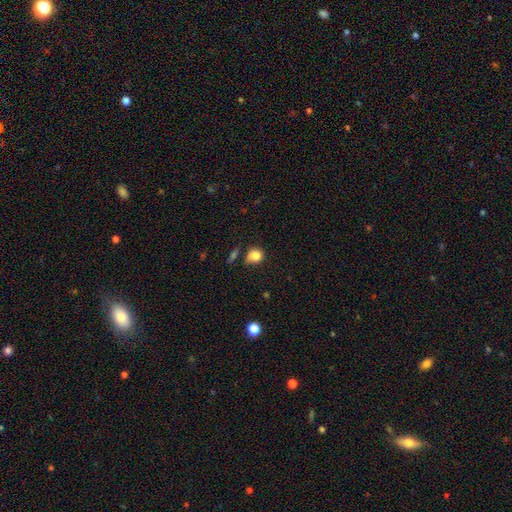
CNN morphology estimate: smooth-or-featured: smooth: 82% | star or artifact: 10% | featured or disk: 8%
  how-rounded: round: 75% | in between: 23% | cigar-shaped: 1%
  merging: none: 54% | minor disturbance: 28% | major disturbance: 10% | merger: 8%